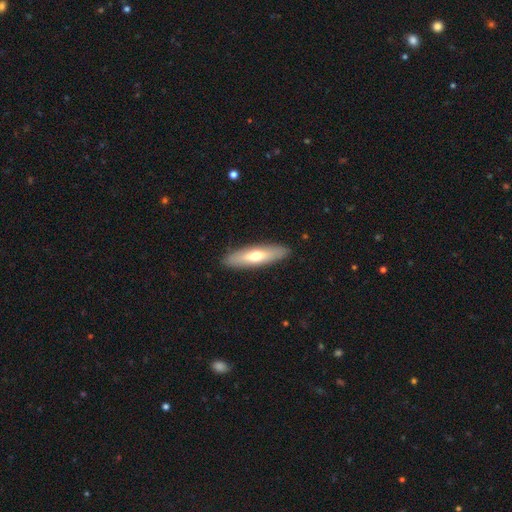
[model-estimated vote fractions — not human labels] Overall: smooth (61%; featured or disk 34%). How rounded: cigar-shaped (64%; in between 34%). Merging: none (89%).